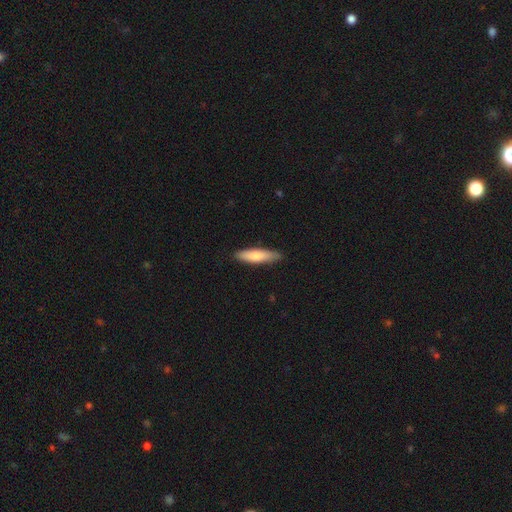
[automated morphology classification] Smooth or featured? Predicted: smooth (p=0.74). How rounded? Predicted: cigar-shaped (p=0.73). Merging? Predicted: none (p=0.84).